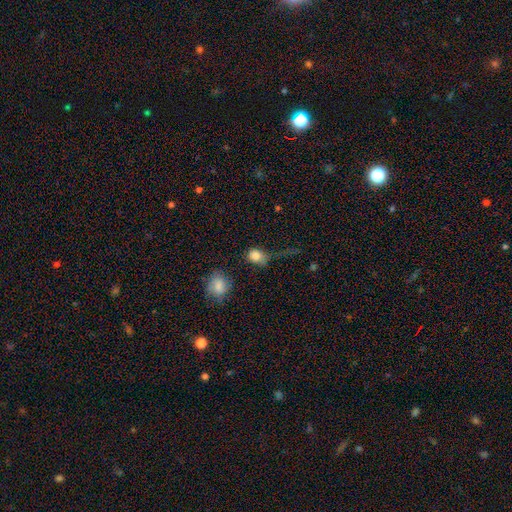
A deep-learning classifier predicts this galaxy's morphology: type=smooth (82%); roundness=round (57%); merging=none (44%).